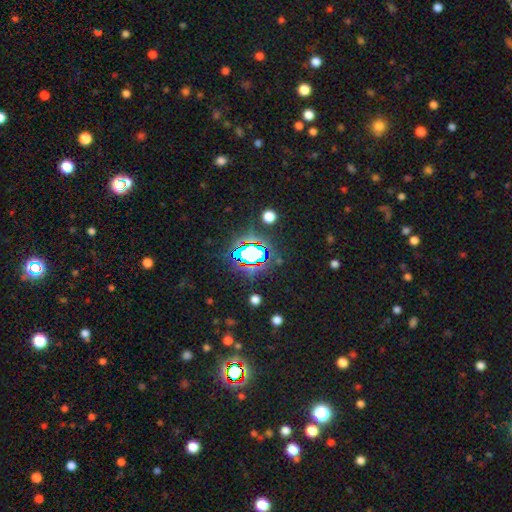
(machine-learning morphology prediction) type=star or artifact (70%).